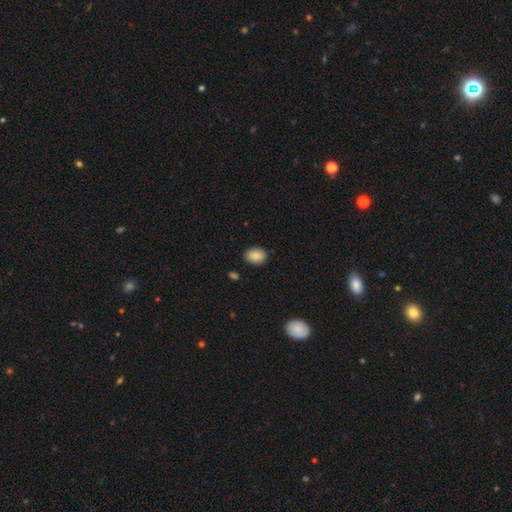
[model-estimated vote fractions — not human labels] Smooth or featured: smooth — 86% (star or artifact — 8%)
How rounded: in between — 69% (round — 30%)
Merging: none — 85% (minor disturbance — 11%)